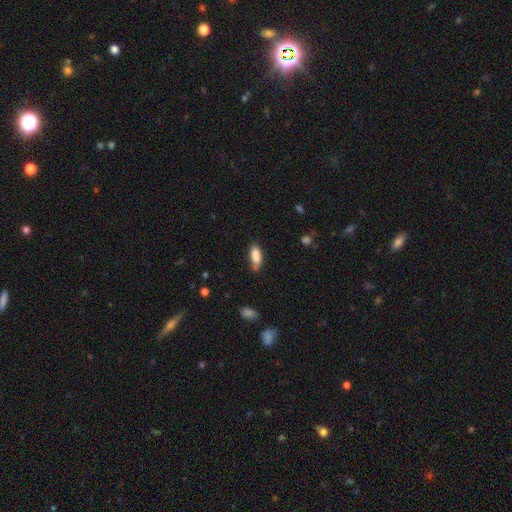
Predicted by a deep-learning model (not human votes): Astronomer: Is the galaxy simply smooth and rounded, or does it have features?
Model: smooth — 84%.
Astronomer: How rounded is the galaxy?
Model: in between — 77%.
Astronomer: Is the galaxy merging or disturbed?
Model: none — 61%.